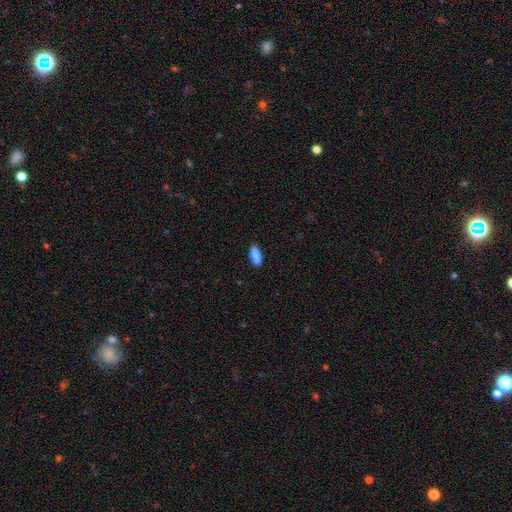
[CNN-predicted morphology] This is clearly a smooth galaxy (88%). How rounded: likely in between (77%). Merging: clearly none (86%).